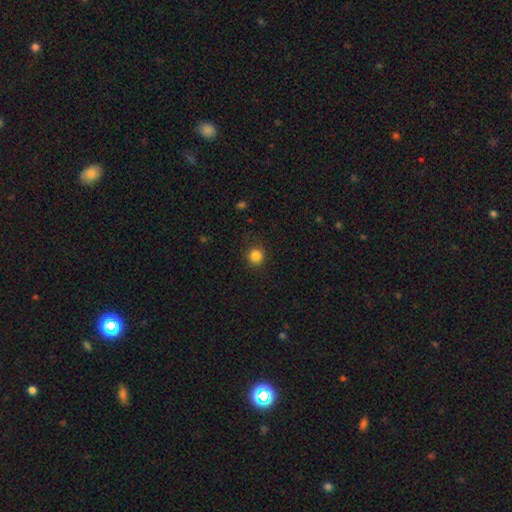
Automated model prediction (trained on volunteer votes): Q: Smooth or featured?
A: smooth (84%); runner-up: star or artifact (12%)
Q: How rounded?
A: round (92%); runner-up: in between (7%)
Q: Merging?
A: none (87%); runner-up: minor disturbance (9%)